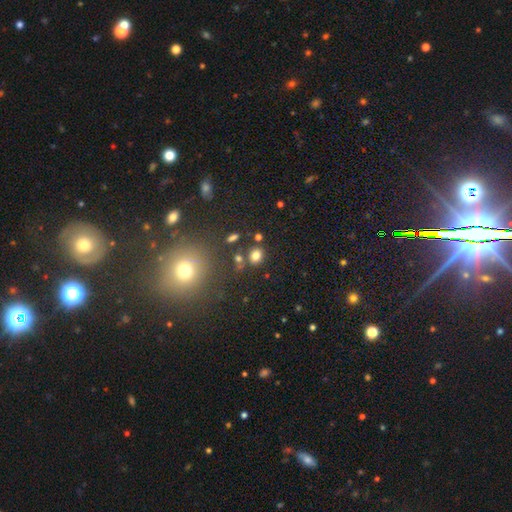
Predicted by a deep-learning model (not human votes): smooth 77%, star or artifact 15%, featured or disk 8%. Down the decision tree: how rounded — round (59%); merging — none (76%).